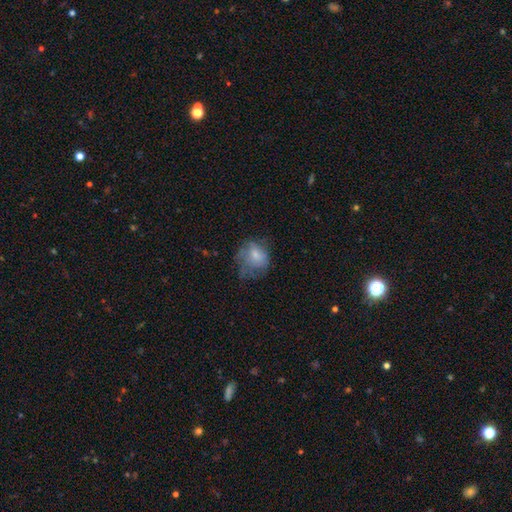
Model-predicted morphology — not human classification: This is likely a smooth galaxy (64%). How rounded: possibly round (56%). Merging: marginally none (40%).